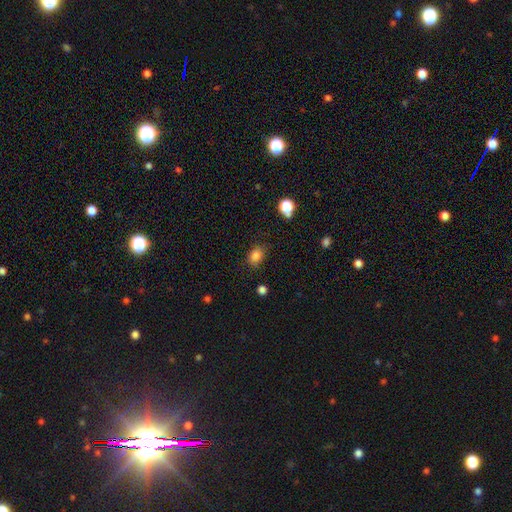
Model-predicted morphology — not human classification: smooth-or-featured: smooth: 83% | star or artifact: 12% | featured or disk: 5%
  how-rounded: in between: 67% | round: 32% | cigar-shaped: 1%
  merging: none: 80% | minor disturbance: 14% | major disturbance: 4% | merger: 2%